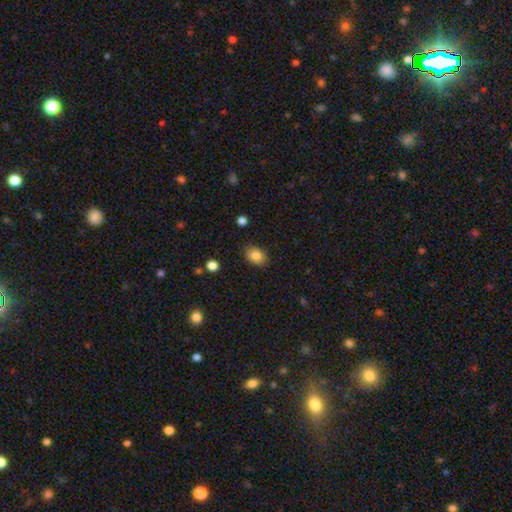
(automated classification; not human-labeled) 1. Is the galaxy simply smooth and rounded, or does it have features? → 85% smooth, 9% star or artifact, 7% featured or disk.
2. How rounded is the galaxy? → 73% in between, 26% round, 1% cigar-shaped.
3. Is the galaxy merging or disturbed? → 86% none, 10% minor disturbance, 2% major disturbance, 1% merger.